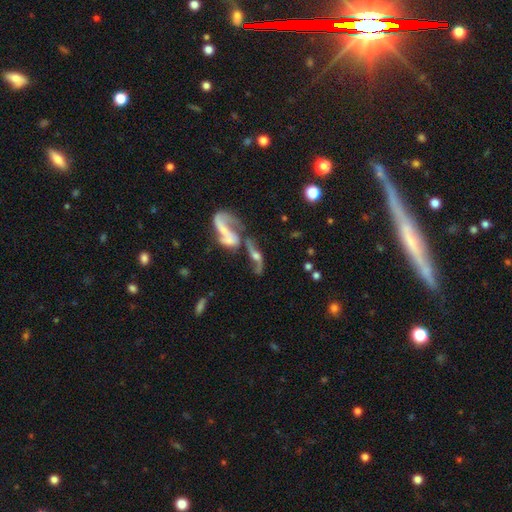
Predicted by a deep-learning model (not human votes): smooth-or-featured: featured or disk: 71% | smooth: 17% | star or artifact: 12%
  disk-edge-on: no: 77% | yes: 23%
    bar: no: 63% | weak: 25% | strong: 12%
    has-spiral-arms: yes: 75% | no: 25%
    bulge-size: moderate: 39% | small: 29% | none: 18% | large: 10% | dominant: 3%
  merging: merger: 54% | none: 22% | major disturbance: 15% | minor disturbance: 9%